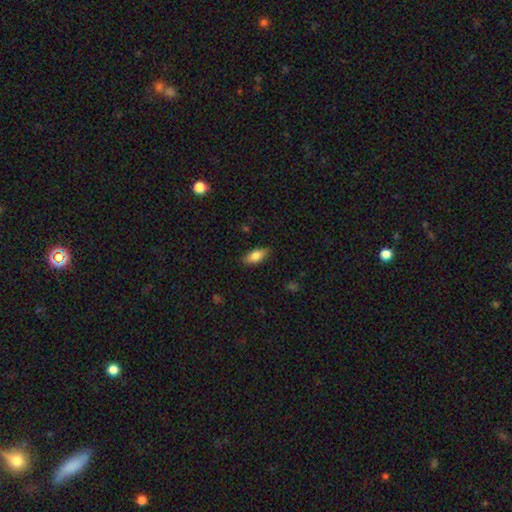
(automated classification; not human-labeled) Smooth or featured?
  - smooth: 78% *
  - featured or disk: 15%
  - star or artifact: 7%
How rounded?
  - in between: 81% *
  - cigar-shaped: 16%
  - round: 3%
Merging?
  - none: 85% *
  - minor disturbance: 11%
  - major disturbance: 2%
  - merger: 1%